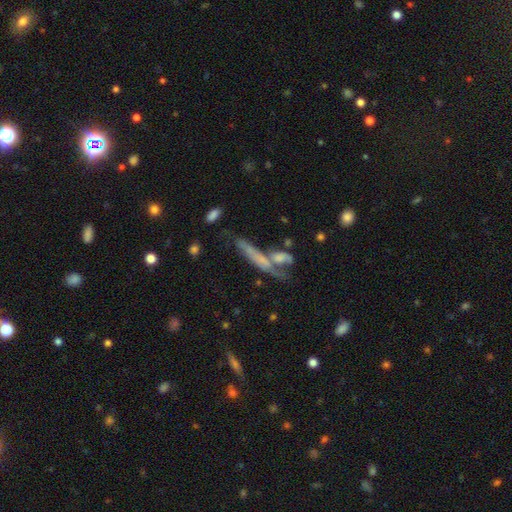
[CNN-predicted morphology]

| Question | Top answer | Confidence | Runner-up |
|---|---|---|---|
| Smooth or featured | smooth | 46% | featured or disk (42%) |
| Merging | none | 41% | merger (31%) |